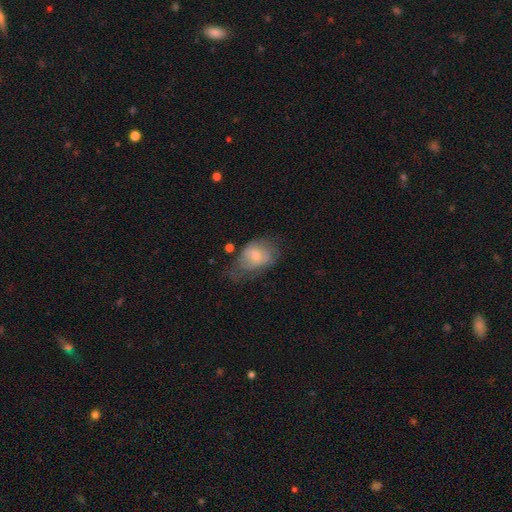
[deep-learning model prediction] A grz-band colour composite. It shows a smooth galaxy with no disk features (60%) that is in between round and cigar-shaped (78%). Merging: none (35%).